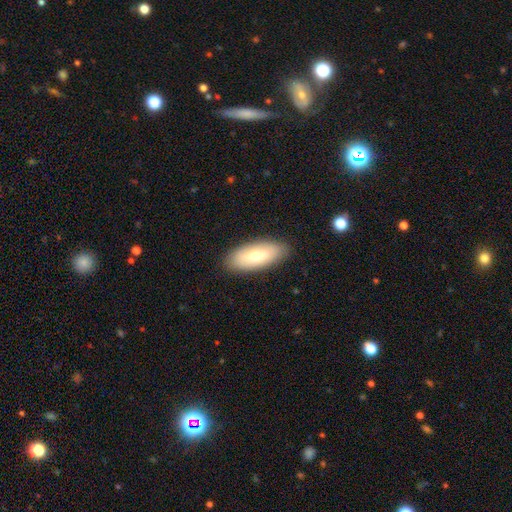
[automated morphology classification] This is likely a smooth galaxy (63%). How rounded: clearly in between (82%). Merging: clearly none (88%).